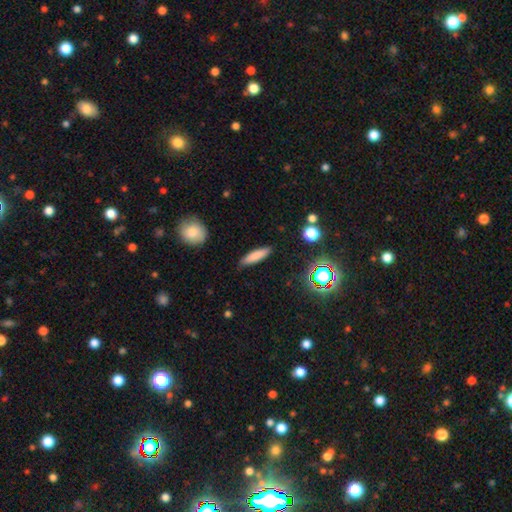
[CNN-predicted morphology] This is clearly a smooth galaxy (80%). How rounded: likely cigar-shaped (72%). Merging: clearly none (86%).